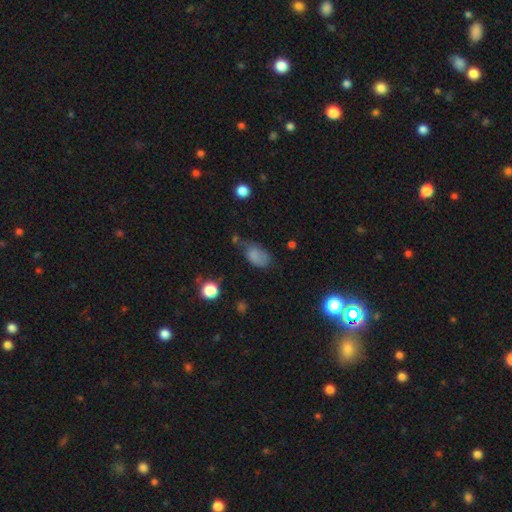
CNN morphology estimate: Smooth or featured? Predicted: smooth (p=0.74). How rounded? Predicted: in between (p=0.89). Merging? Predicted: none (p=0.38).